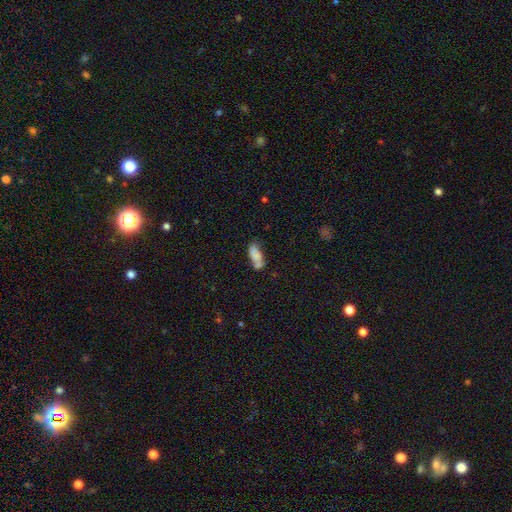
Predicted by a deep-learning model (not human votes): Smooth or featured: smooth — 71% (featured or disk — 19%)
How rounded: in between — 82% (cigar-shaped — 14%)
Merging: none — 36% (merger — 35%)